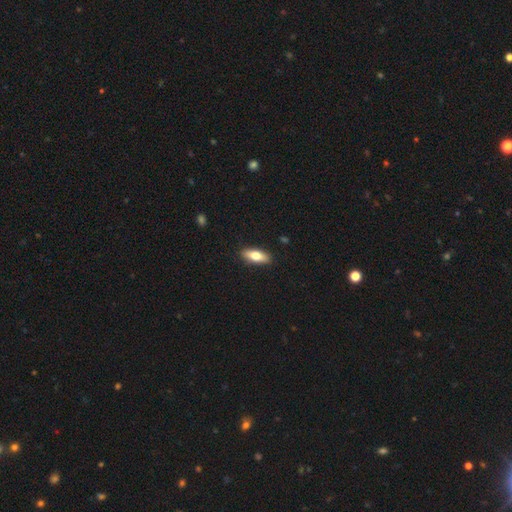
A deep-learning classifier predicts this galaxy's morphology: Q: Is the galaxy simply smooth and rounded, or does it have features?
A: smooth — 71%.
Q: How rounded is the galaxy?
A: in between — 70%.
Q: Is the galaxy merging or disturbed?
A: none — 90%.